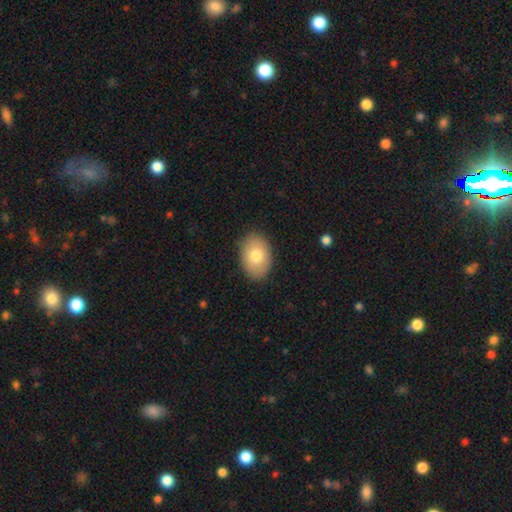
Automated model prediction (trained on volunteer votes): The model was most divided on "smooth or featured": smooth: 76%, featured or disk: 17%, star or artifact: 7%. More confident: merging — none (86%); how rounded — in between (81%).